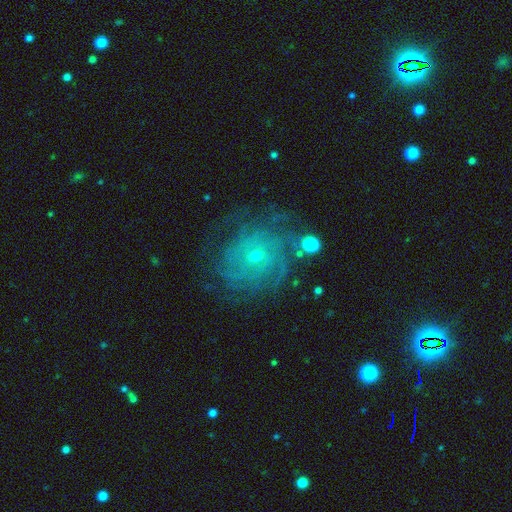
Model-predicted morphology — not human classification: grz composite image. It shows a featured or disk galaxy (70%) with no bar (78%), tight (70%) spiral arms (86%) and a small central bulge (72%). Merging: none (71%).